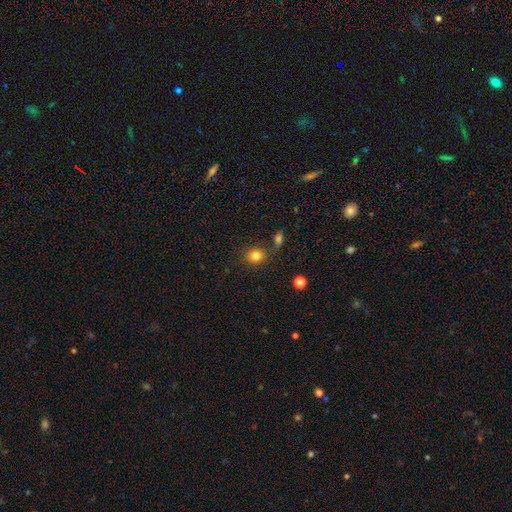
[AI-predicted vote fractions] smooth_or_featured: smooth (p=0.82) [alt: star or artifact p=0.12]
how_rounded: round (p=0.74) [alt: in between p=0.25]
merging: none (p=0.80) [alt: minor disturbance p=0.11]